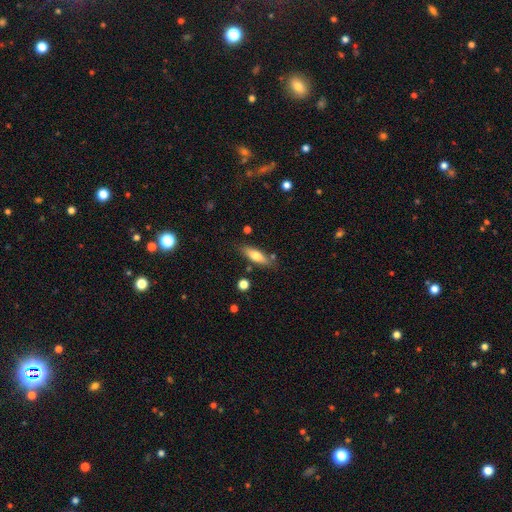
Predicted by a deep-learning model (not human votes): Smooth or featured? Predicted: smooth (p=0.65). How rounded? Predicted: cigar-shaped (p=0.50). Merging? Predicted: none (p=0.79).